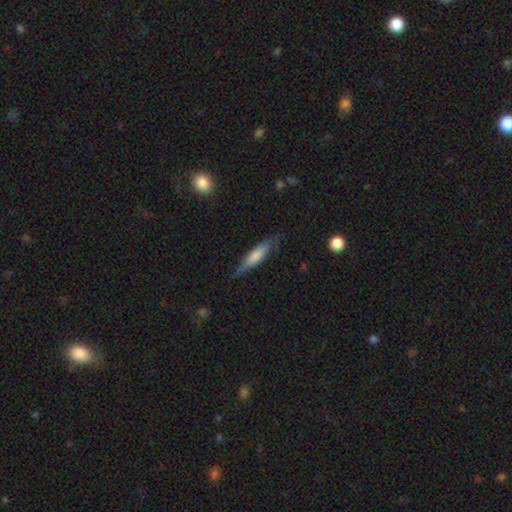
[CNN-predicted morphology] Q: Smooth or featured?
A: smooth (64%); runner-up: featured or disk (31%)
Q: How rounded?
A: cigar-shaped (72%); runner-up: in between (27%)
Q: Merging?
A: none (72%); runner-up: minor disturbance (21%)